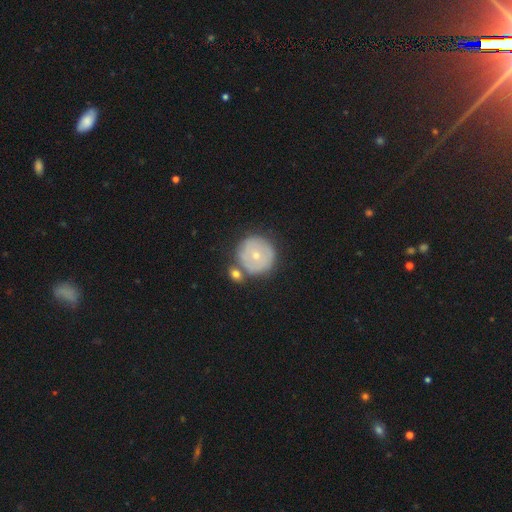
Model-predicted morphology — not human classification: smooth-or-featured: smooth: 55% | featured or disk: 37% | star or artifact: 7%
  how-rounded: round: 95% | in between: 4% | cigar-shaped: 1%
  merging: none: 68% | merger: 14% | minor disturbance: 14% | major disturbance: 4%